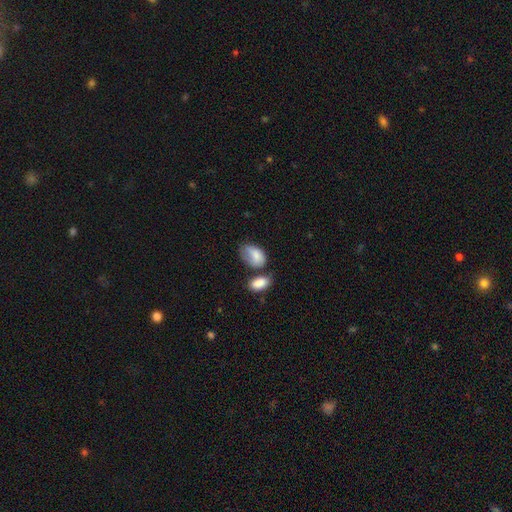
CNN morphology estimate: smooth-or-featured: smooth: 81% | featured or disk: 12% | star or artifact: 7%
  how-rounded: in between: 89% | round: 9% | cigar-shaped: 1%
  merging: none: 32% | minor disturbance: 28% | merger: 26% | major disturbance: 15%